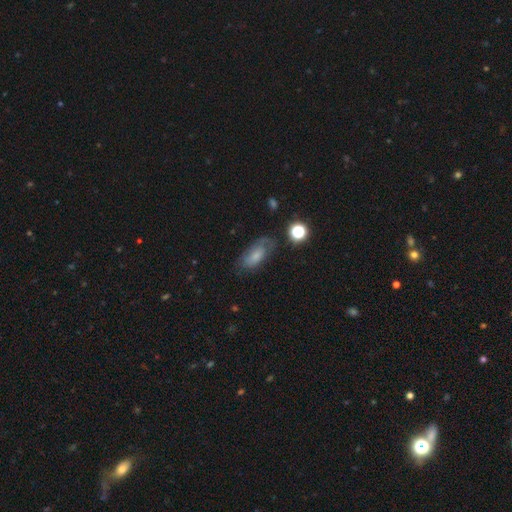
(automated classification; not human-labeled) The model was most divided on "smooth or featured": smooth: 57%, featured or disk: 31%, star or artifact: 11%. More confident: how rounded — in between (87%); merging — none (58%).